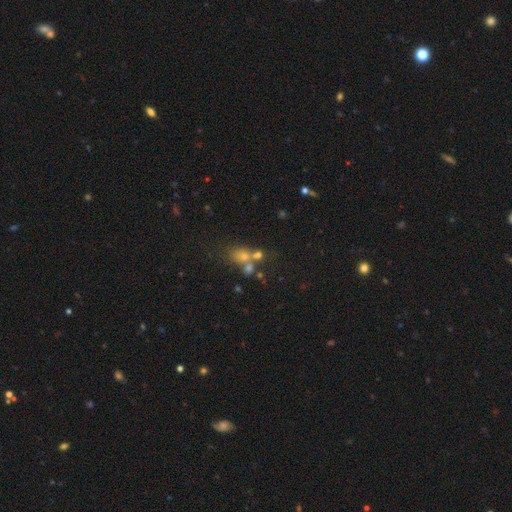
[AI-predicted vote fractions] smooth_or_featured: smooth (p=0.49) [alt: star or artifact p=0.32]
merging: none (p=0.47) [alt: merger p=0.38]